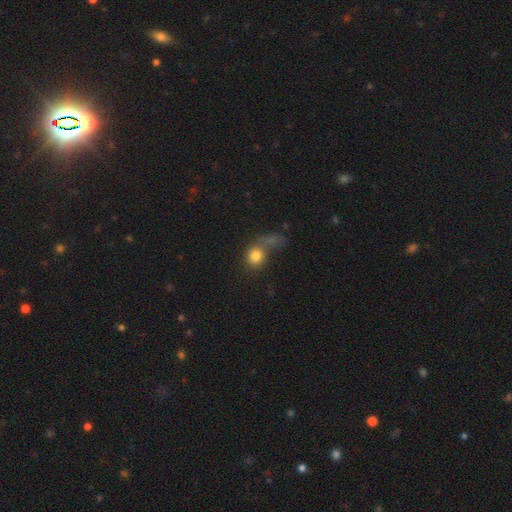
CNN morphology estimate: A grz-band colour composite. It shows a smooth galaxy with no disk features (78%) that is round (71%). Merging: merger (32%).